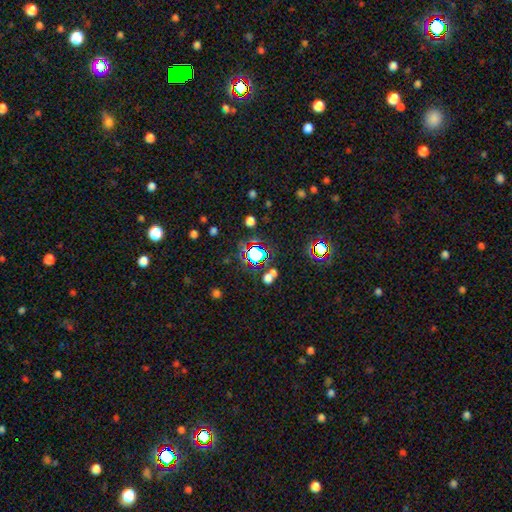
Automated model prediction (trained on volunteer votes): smooth_or_featured: star or artifact (p=0.59) [alt: smooth p=0.31]